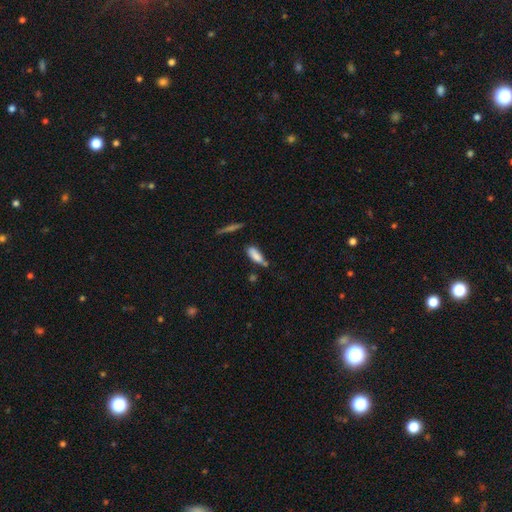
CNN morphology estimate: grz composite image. It shows a smooth galaxy with no disk features (81%) that is in between round and cigar-shaped (55%). Merging: none (50%).